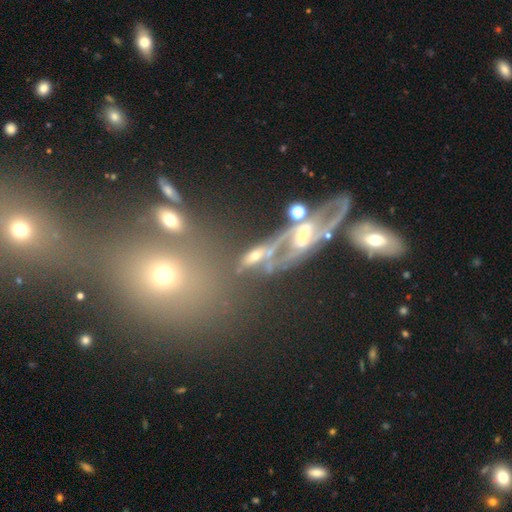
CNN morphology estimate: This appears to be a featured or disk galaxy (44%). Merging: none (34%).